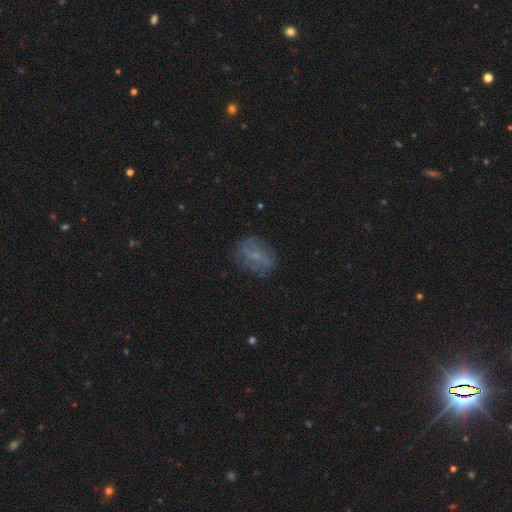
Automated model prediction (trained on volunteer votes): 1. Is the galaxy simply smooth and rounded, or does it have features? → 46% featured or disk, 40% smooth, 14% star or artifact.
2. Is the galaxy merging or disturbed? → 74% none, 16% minor disturbance, 8% major disturbance, 1% merger.